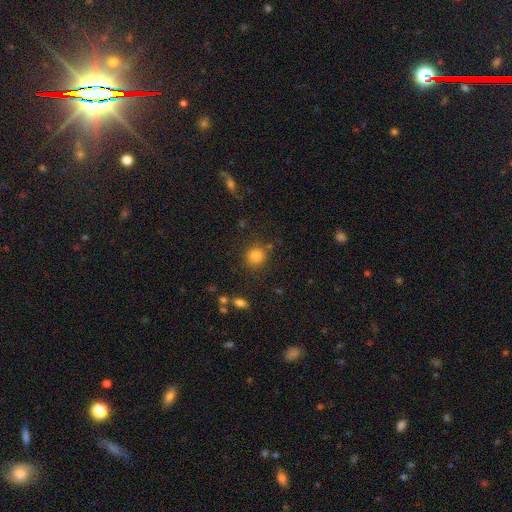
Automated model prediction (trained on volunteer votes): Smooth or featured: smooth — 82% (star or artifact — 12%)
How rounded: round — 89% (in between — 10%)
Merging: none — 83% (minor disturbance — 9%)